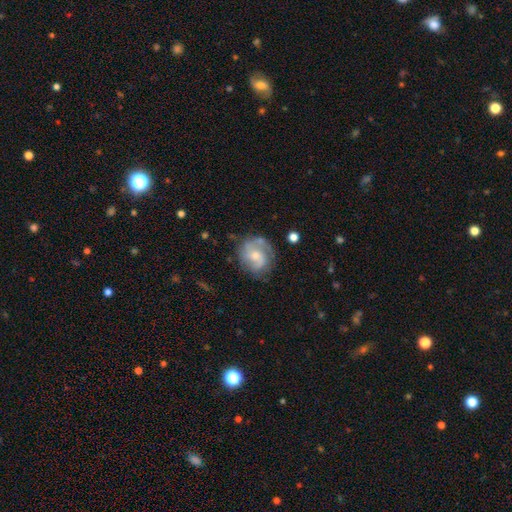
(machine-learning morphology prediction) The model was most divided on "bulge size": small: 48%, moderate: 44%, none: 4%, large: 3%, dominant: 1%. Remaining: edge-on disk — no (98%); spiral arms — yes (90%); smooth or featured — featured or disk (72%); spiral arm count — 2 (70%); merging — none (67%); bar — no (59%); spiral winding — medium (47%).